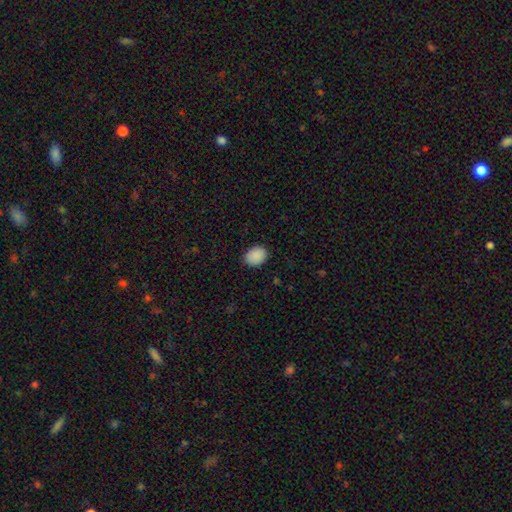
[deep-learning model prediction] smooth_or_featured: smooth (p=0.90) [alt: star or artifact p=0.07]
how_rounded: in between (p=0.69) [alt: round p=0.30]
merging: none (p=0.85) [alt: minor disturbance p=0.11]